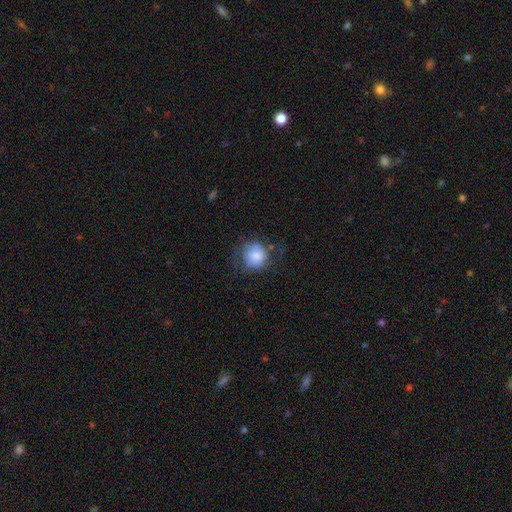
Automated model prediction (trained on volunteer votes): Smooth or featured: smooth — 66% (featured or disk — 26%)
How rounded: round — 82% (in between — 17%)
Merging: none — 53% (minor disturbance — 26%)